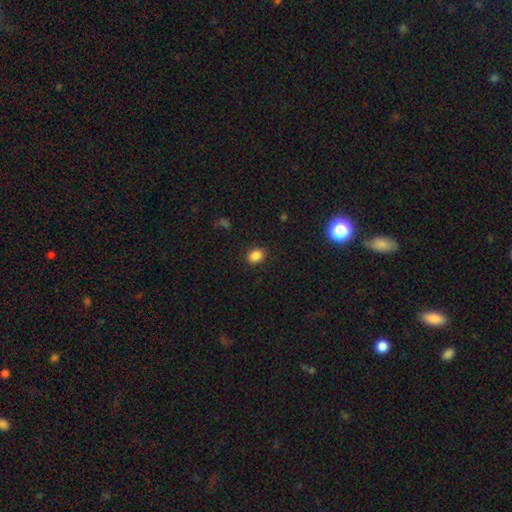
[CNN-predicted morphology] A smooth galaxy with no disk features (86%) that is in between round and cigar-shaped (57%). Merging: none (88%).